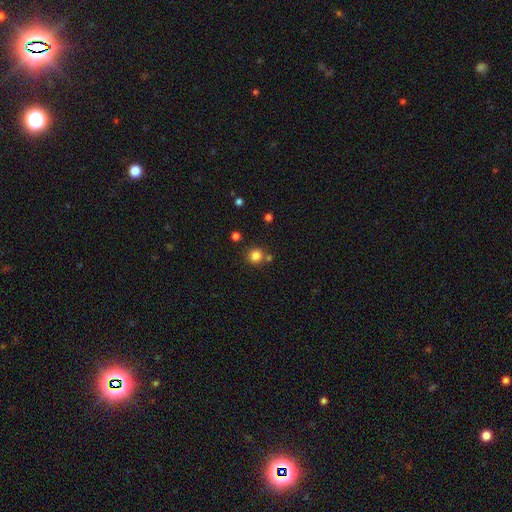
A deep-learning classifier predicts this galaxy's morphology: This is clearly a smooth galaxy (82%). How rounded: clearly round (92%). Merging: likely none (77%).